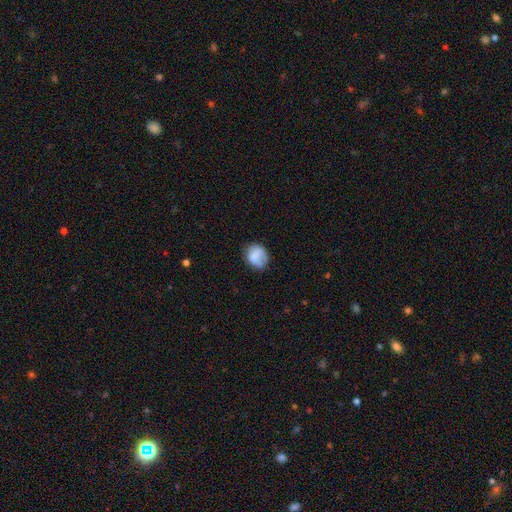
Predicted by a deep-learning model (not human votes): A smooth galaxy with no disk features (79%) that is round (59%).

Vote fractions:
- Smooth or featured? smooth: 79% / featured or disk: 13% / star or artifact: 8%
- How rounded? round: 59% / in between: 40% / cigar-shaped: 1%
- Merging? none: 62% / minor disturbance: 27% / major disturbance: 9% / merger: 2%